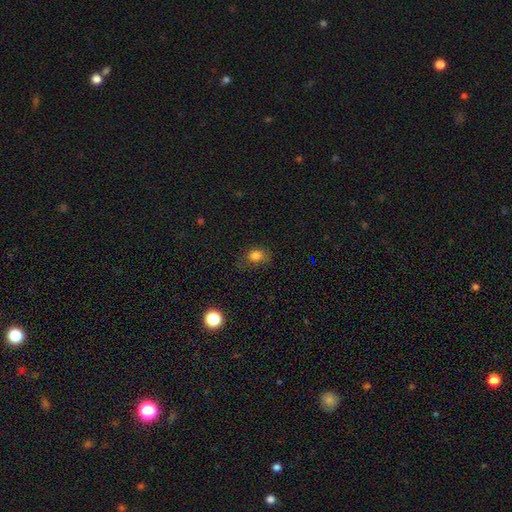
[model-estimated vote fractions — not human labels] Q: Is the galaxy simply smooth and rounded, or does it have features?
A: smooth — 78%.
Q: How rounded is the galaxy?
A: in between — 56%.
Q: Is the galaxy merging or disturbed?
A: none — 61%.